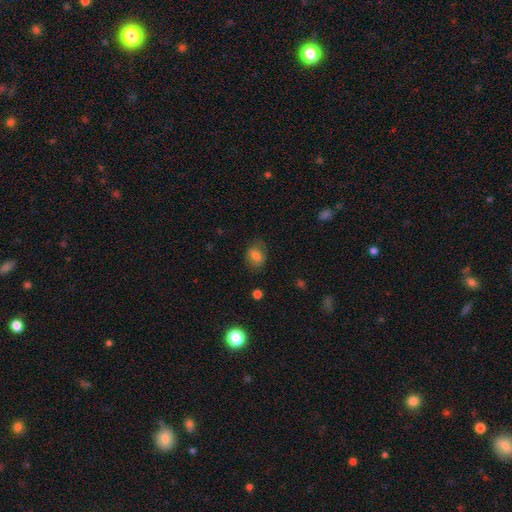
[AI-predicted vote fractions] A smooth galaxy with no disk features (75%) that is in between round and cigar-shaped (72%). Merging: none (70%).